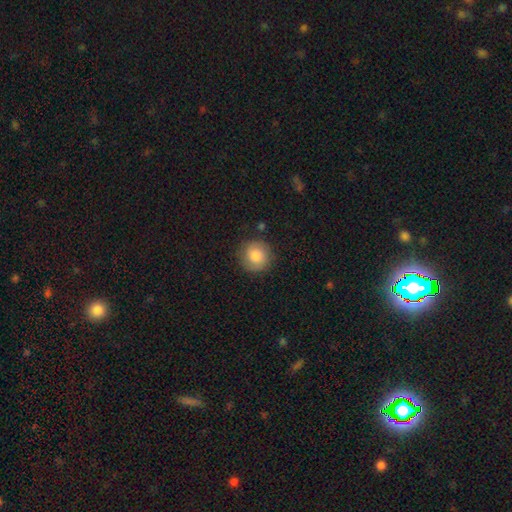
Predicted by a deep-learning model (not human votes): Morphology: type=smooth (82%); roundness=round (93%); merging=none (85%).